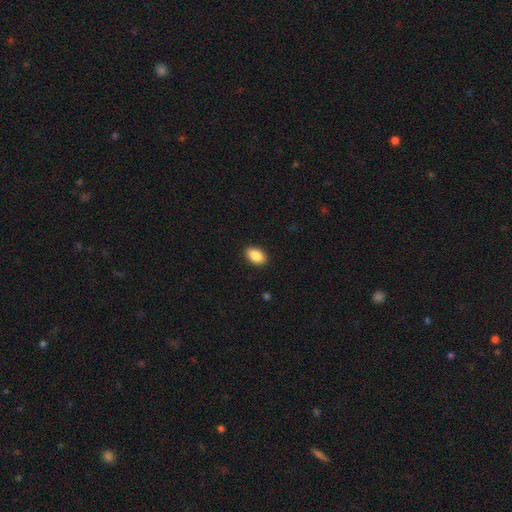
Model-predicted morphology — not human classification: Smooth or featured? Predicted: smooth (p=0.88). How rounded? Predicted: in between (p=0.91). Merging? Predicted: none (p=0.90).